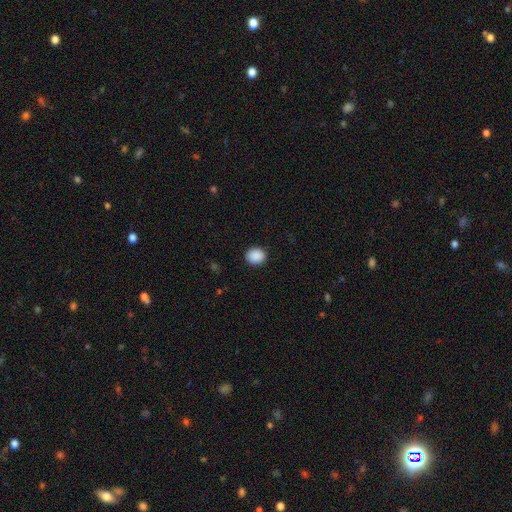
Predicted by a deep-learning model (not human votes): Smooth or featured: smooth — 90% (star or artifact — 8%)
How rounded: round — 74% (in between — 25%)
Merging: none — 91% (minor disturbance — 6%)